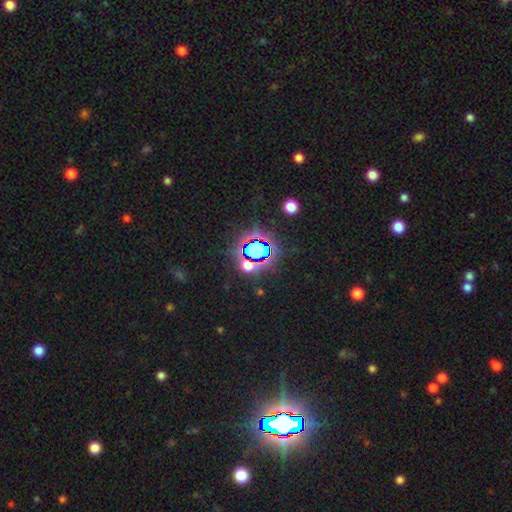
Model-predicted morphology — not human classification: smooth-or-featured: star or artifact: 65% | smooth: 24% | featured or disk: 11%